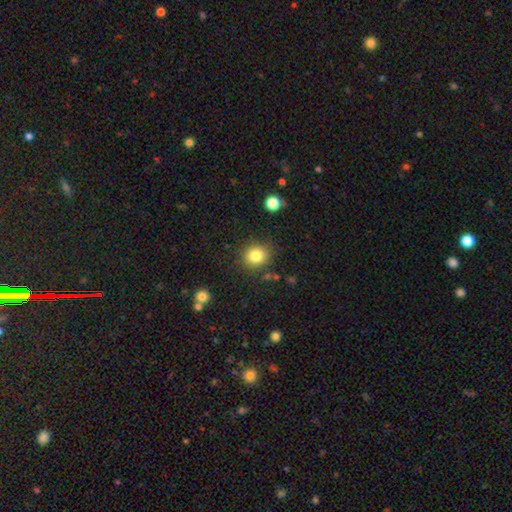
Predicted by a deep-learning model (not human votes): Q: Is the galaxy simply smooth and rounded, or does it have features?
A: smooth — 83%.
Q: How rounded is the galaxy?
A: round — 83%.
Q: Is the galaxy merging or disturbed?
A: none — 85%.